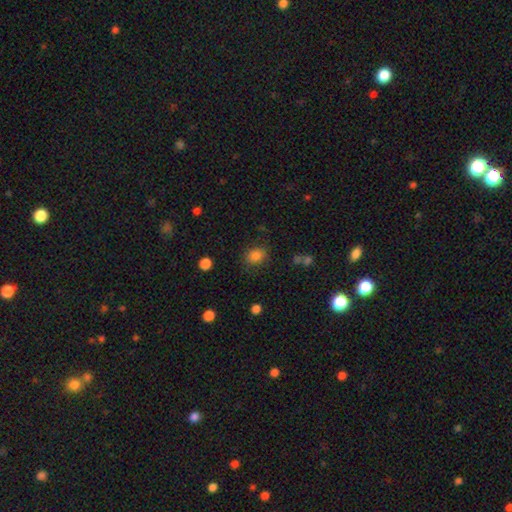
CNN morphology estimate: type=smooth (83%); roundness=in between (56%); merging=none (79%).